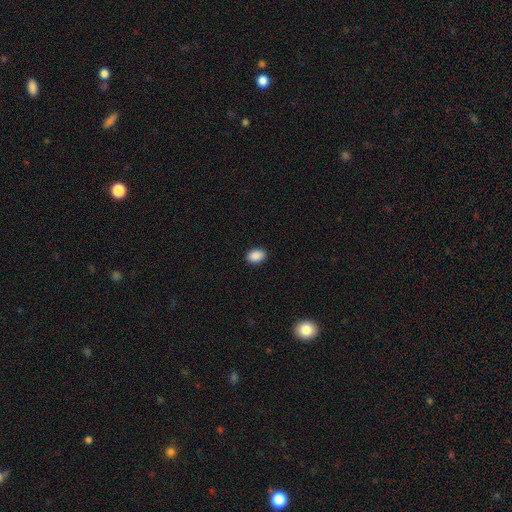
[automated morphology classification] Overall: smooth (89%). How rounded: in between (76%). Merging: none (90%).